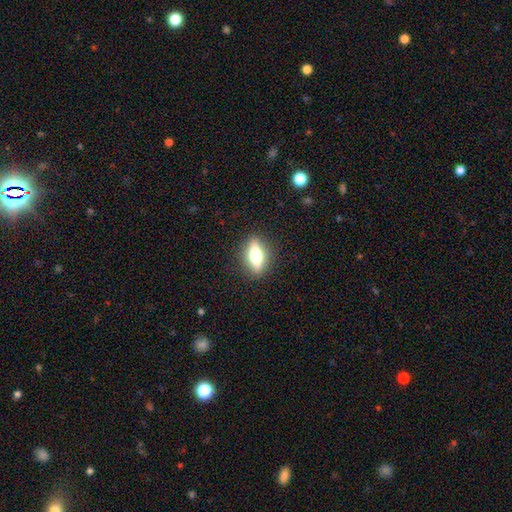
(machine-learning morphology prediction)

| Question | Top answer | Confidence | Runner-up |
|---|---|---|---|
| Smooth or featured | smooth | 52% | featured or disk (40%) |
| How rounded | in between | 64% | cigar-shaped (28%) |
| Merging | none | 88% | minor disturbance (9%) |